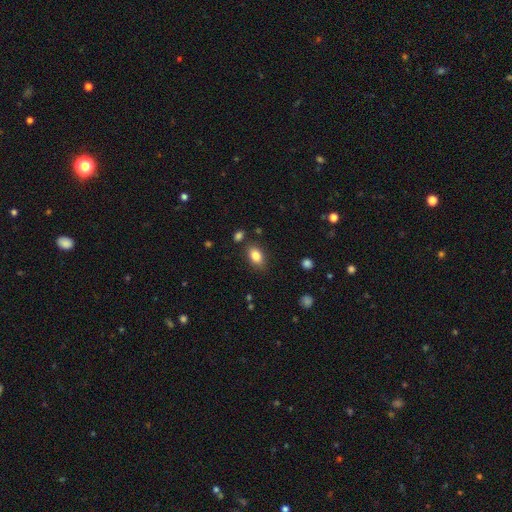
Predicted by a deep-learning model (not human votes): Q: Smooth or featured?
A: smooth (84%); runner-up: star or artifact (8%)
Q: How rounded?
A: in between (87%); runner-up: round (11%)
Q: Merging?
A: none (80%); runner-up: minor disturbance (13%)